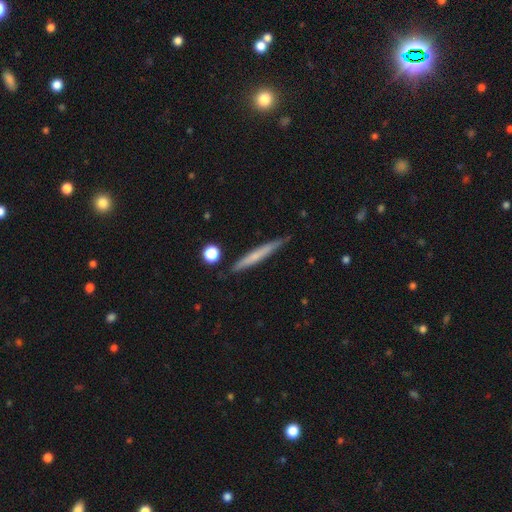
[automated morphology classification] A smooth galaxy with no disk features (55%) that is cigar-shaped (96%). Merging: none (85%).